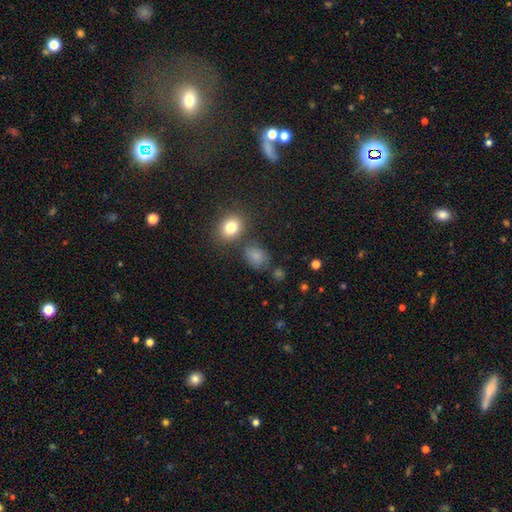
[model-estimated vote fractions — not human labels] Smooth or featured: smooth — 79% (star or artifact — 13%)
How rounded: in between — 52% (round — 46%)
Merging: none — 70% (minor disturbance — 17%)